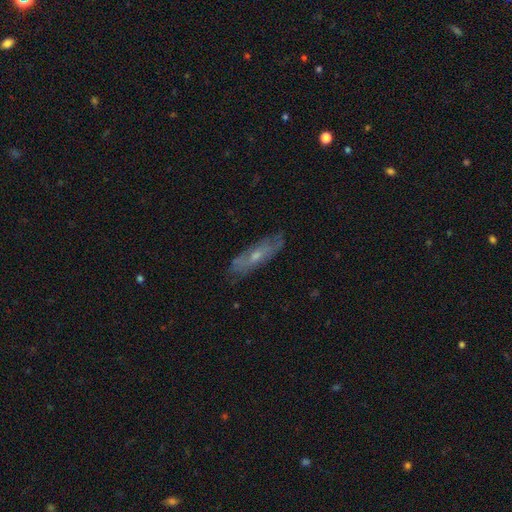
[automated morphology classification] Smooth or featured: featured or disk — 58% (smooth — 34%)
Edge-on disk: no — 59% (yes — 41%)
Merging: none — 77% (minor disturbance — 17%)